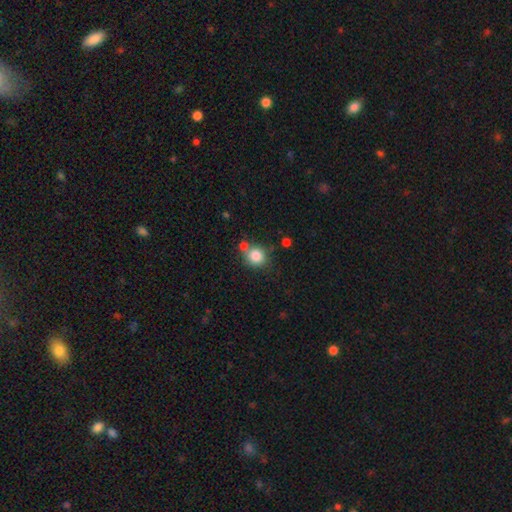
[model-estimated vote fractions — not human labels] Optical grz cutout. It shows a smooth galaxy with no disk features (83%) that is round (84%). Merging: none (64%).